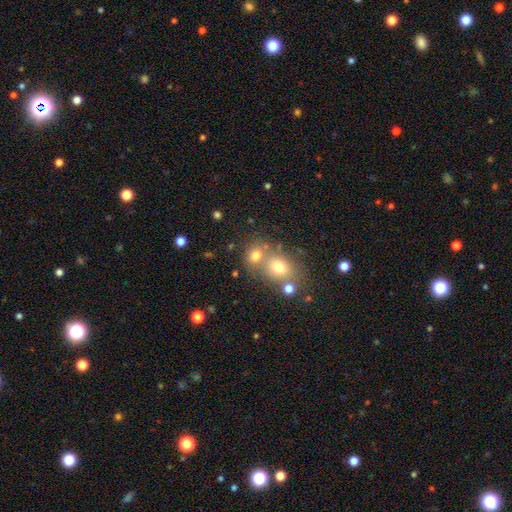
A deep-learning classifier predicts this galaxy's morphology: Smooth or featured?
  - smooth: 71% *
  - star or artifact: 16%
  - featured or disk: 14%
How rounded?
  - round: 61% *
  - in between: 38%
  - cigar-shaped: 1%
Merging?
  - none: 46% *
  - merger: 40%
  - minor disturbance: 9%
  - major disturbance: 4%